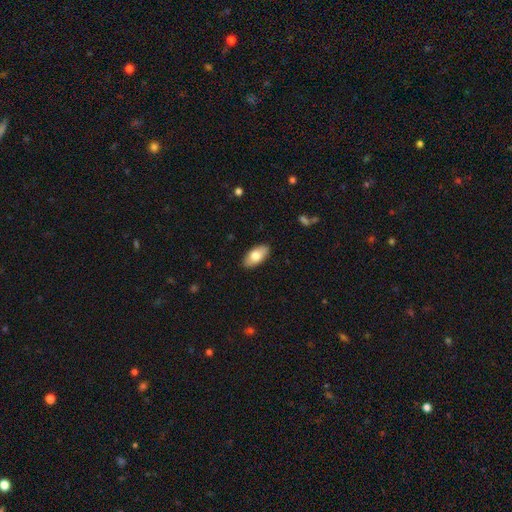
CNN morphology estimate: A smooth galaxy with no disk features (77%) that is in between round and cigar-shaped (91%).

Vote fractions:
- Smooth or featured? smooth: 77% / featured or disk: 17% / star or artifact: 6%
- How rounded? in between: 91% / cigar-shaped: 6% / round: 3%
- Merging? none: 88% / minor disturbance: 9% / major disturbance: 2% / merger: 1%